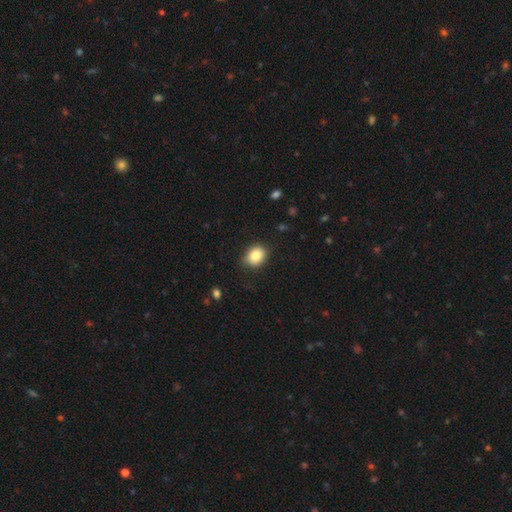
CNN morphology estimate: The model was most divided on "how rounded": round: 50%, in between: 49%, cigar-shaped: 1%. More confident: merging — none (85%); smooth or featured — smooth (84%).